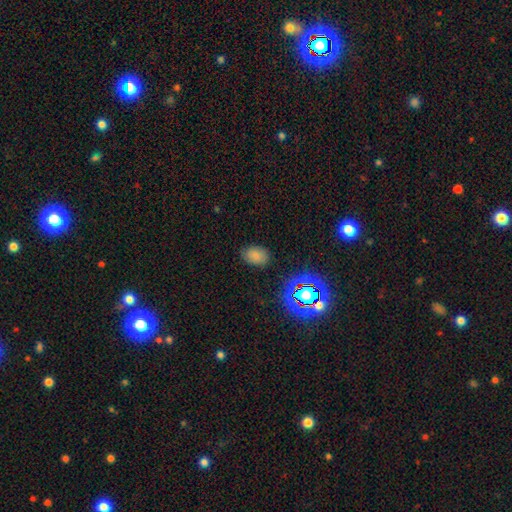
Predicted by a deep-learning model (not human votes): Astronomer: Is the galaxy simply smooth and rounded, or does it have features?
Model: smooth — 75%.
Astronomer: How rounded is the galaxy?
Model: in between — 82%.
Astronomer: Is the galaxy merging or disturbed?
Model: none — 81%.